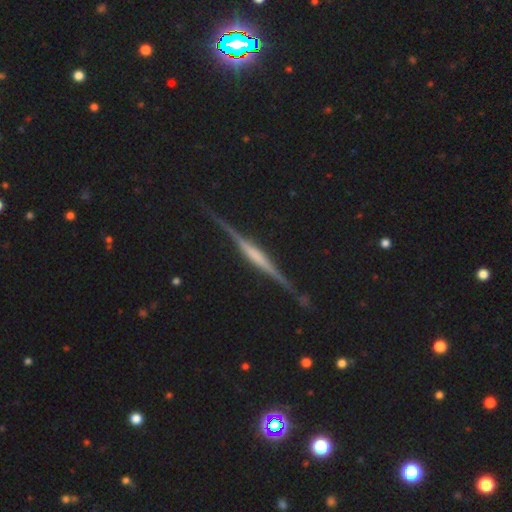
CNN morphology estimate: Smooth or featured?
  - featured or disk: 83% *
  - smooth: 11%
  - star or artifact: 6%
Edge-on disk?
  - yes: 98% *
  - no: 2%
Edge-on bulge?
  - rounded: 36% * (tied)
  - boxy: 36% * (tied)
  - none: 28%
Merging?
  - none: 86% *
  - minor disturbance: 10%
  - major disturbance: 2%
  - merger: 2%